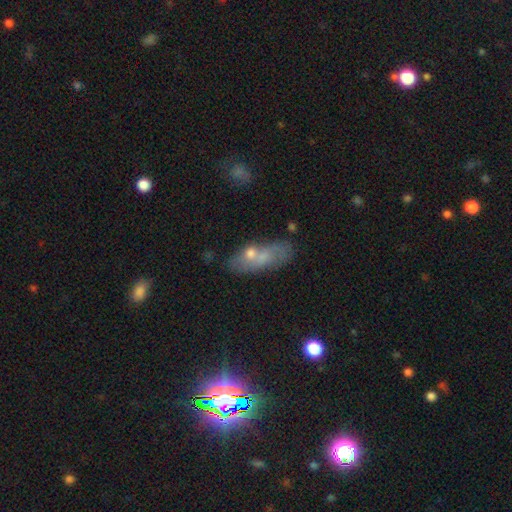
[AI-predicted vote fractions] This is possibly a smooth galaxy (56%). How rounded: likely in between (65%). Merging: possibly none (47%).